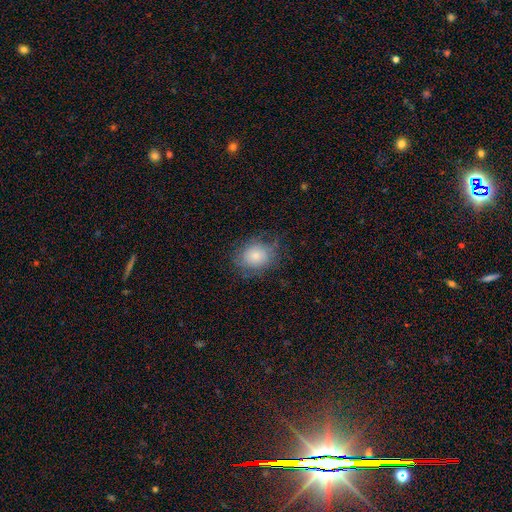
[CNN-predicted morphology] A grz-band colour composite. It shows a smooth galaxy with no disk features (76%) that is round (61%). Merging: none (67%).